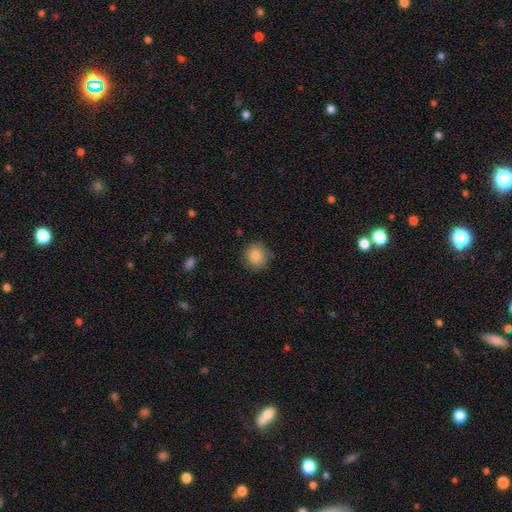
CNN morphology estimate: Overall: smooth (86%). How rounded: round (90%). Merging: none (85%).